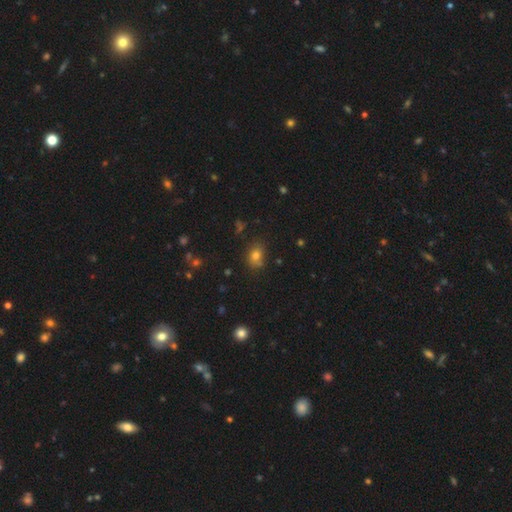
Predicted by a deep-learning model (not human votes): Overall: smooth (76%). How rounded: in between (53%; round 46%). Merging: none (72%).